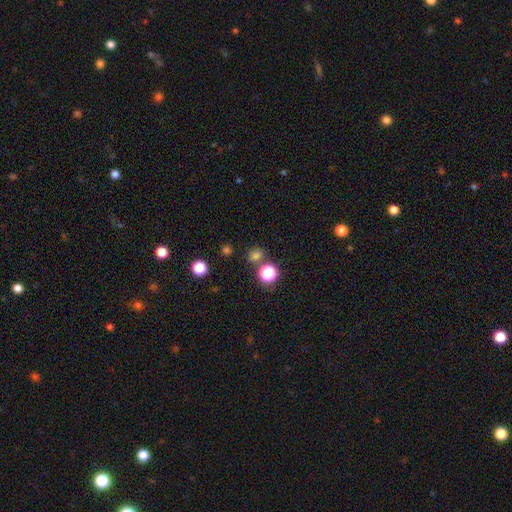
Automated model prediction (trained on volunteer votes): Smooth or featured: smooth — 71% (star or artifact — 24%)
How rounded: round — 81% (in between — 18%)
Merging: none — 80% (merger — 9%)